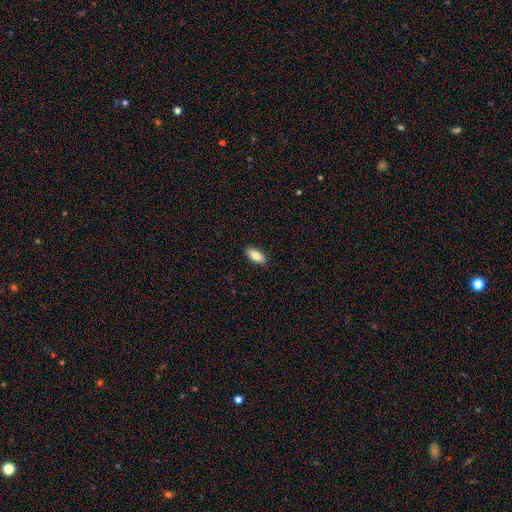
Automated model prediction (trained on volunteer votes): smooth_or_featured: smooth (p=0.84) [alt: featured or disk p=0.09]
how_rounded: in between (p=0.87) [alt: cigar-shaped p=0.11]
merging: none (p=0.90) [alt: minor disturbance p=0.08]